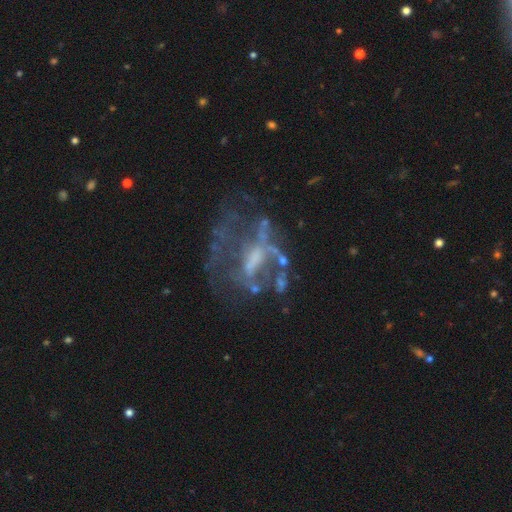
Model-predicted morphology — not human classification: A featured or disk galaxy (72%) with no bar (50%), no spiral arms (59%) and no central bulge (35%, tied with small).

Vote fractions:
- Smooth or featured? featured or disk: 72% / star or artifact: 17% / smooth: 11%
- Edge-on disk? no: 95% / yes: 5%
- Bar? no: 50% / weak: 34% / strong: 17%
- Spiral arms? no: 59% / yes: 41%
- Bulge size? none: 35% (tied) / small: 35% (tied) / moderate: 26% / large: 3% / dominant: 1%
- Merging? none: 44% / major disturbance: 32% / minor disturbance: 16% / merger: 8%